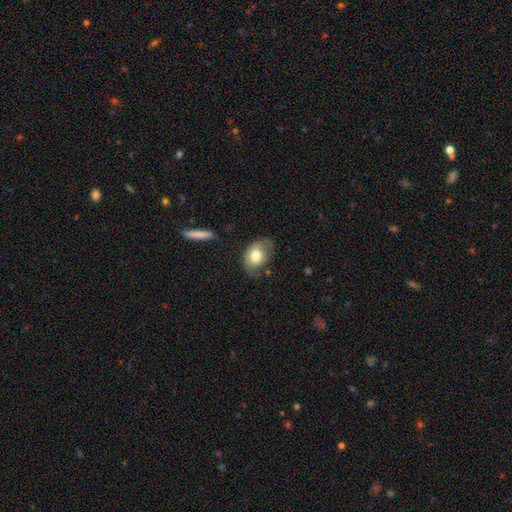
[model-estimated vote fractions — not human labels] The model was most divided on "merging": none: 44%, minor disturbance: 35%, major disturbance: 18%, merger: 3%. More confident: how rounded — in between (76%); smooth or featured — smooth (67%).